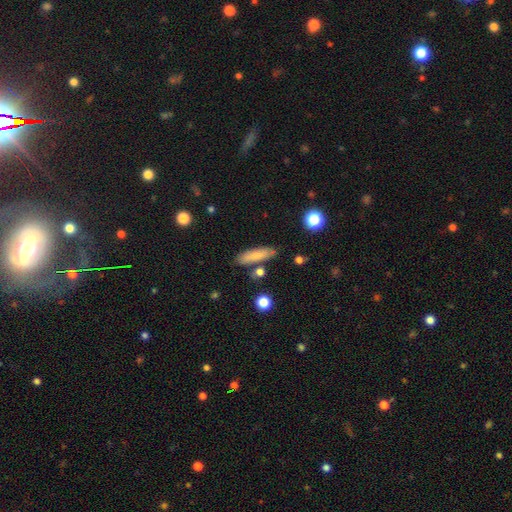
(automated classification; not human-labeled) Overall: smooth (78%). How rounded: cigar-shaped (63%; in between 35%). Merging: none (78%).